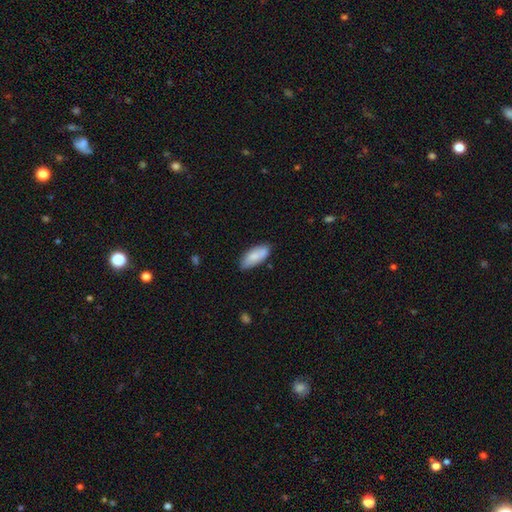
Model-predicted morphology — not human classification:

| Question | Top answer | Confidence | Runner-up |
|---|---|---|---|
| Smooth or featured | smooth | 81% | featured or disk (13%) |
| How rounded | in between | 84% | cigar-shaped (14%) |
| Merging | none | 76% | minor disturbance (19%) |